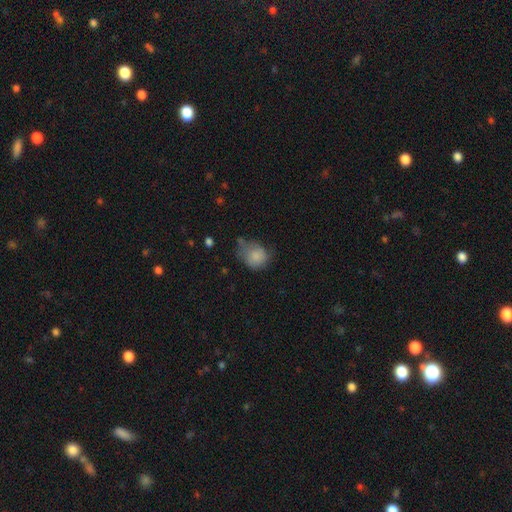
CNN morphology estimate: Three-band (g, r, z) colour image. It shows a smooth galaxy with no disk features (80%) that is round (64%). Merging: none (39%).